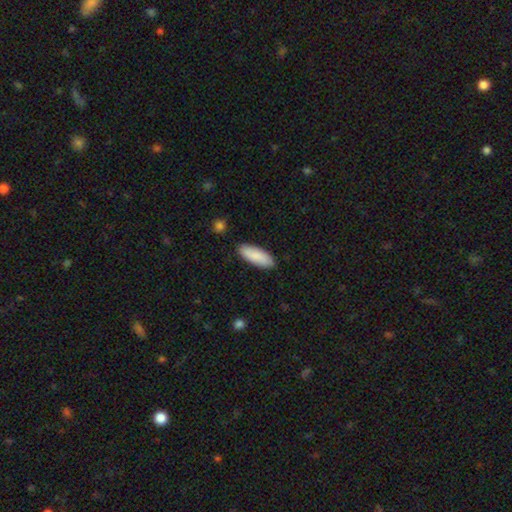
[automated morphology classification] smooth_or_featured: smooth (p=0.88) [alt: featured or disk p=0.07]
how_rounded: in between (p=0.72) [alt: cigar-shaped p=0.26]
merging: none (p=0.88) [alt: minor disturbance p=0.09]